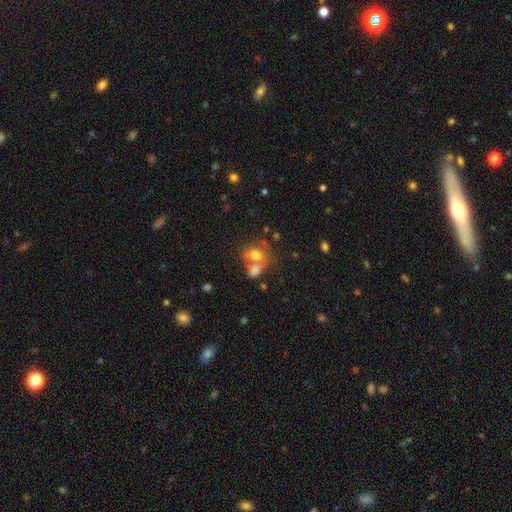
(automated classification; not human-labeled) This is likely a smooth galaxy (69%). How rounded: possibly round (50%). Merging: possibly merger (49%).